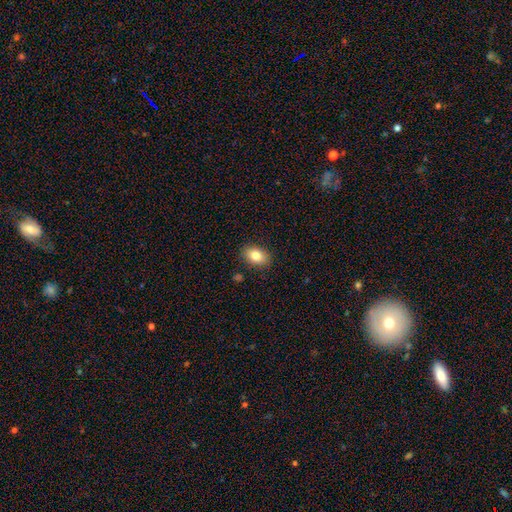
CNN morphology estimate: Smooth or featured? Predicted: smooth (p=0.82). How rounded? Predicted: in between (p=0.85). Merging? Predicted: none (p=0.87).